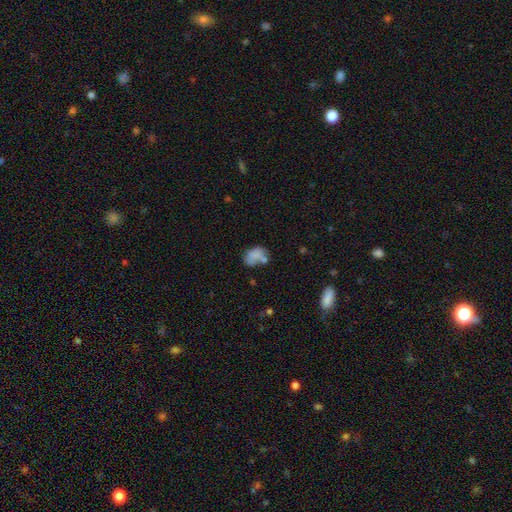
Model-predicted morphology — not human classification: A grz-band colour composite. It shows a smooth galaxy with no disk features (71%) that is in between round and cigar-shaped (79%). Merging: none (37%).